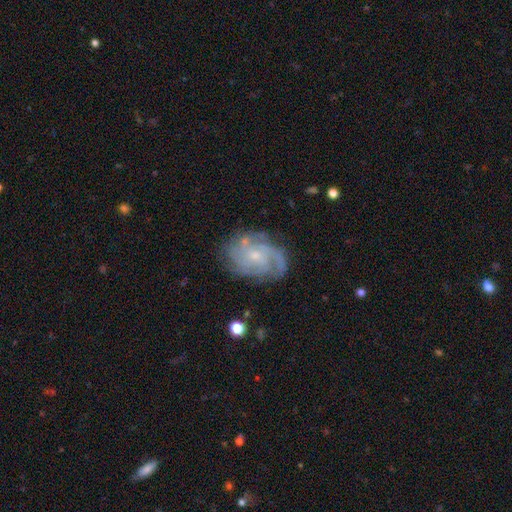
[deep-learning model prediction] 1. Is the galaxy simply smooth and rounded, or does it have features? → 81% featured or disk, 12% smooth, 7% star or artifact.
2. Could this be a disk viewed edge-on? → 97% no, 3% yes.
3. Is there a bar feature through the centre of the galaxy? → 71% no, 26% weak, 3% strong.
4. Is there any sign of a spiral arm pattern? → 94% yes, 6% no.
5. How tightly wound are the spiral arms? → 53% tight, 36% medium, 11% loose.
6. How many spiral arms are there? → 32% can't tell, 22% 3, 20% 4, 13% 2, 8% more than 4, 6% 1.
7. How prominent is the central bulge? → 71% small, 24% moderate, 4% none, 1% large, 1% dominant.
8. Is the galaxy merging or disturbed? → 73% none, 18% minor disturbance, 8% major disturbance, 2% merger.